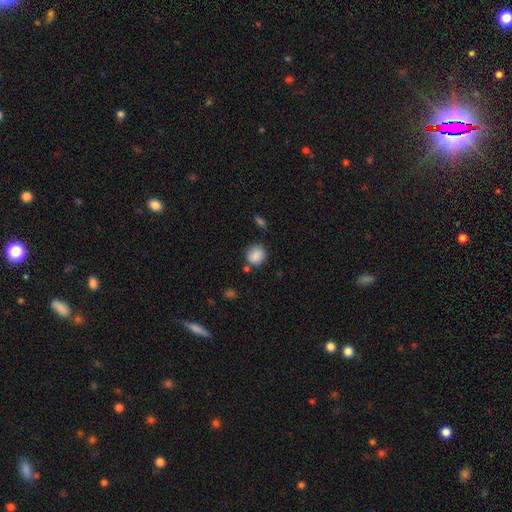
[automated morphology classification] smooth_or_featured: smooth (p=0.87) [alt: star or artifact p=0.08]
how_rounded: round (p=0.83) [alt: in between p=0.16]
merging: none (p=0.75) [alt: minor disturbance p=0.14]